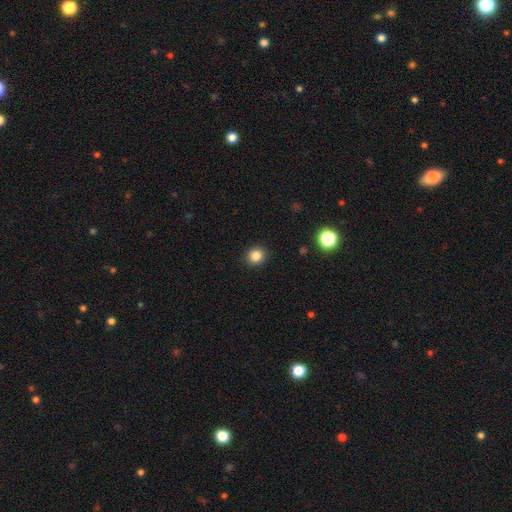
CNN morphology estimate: Smooth or featured? smooth (84%)
How rounded? round (85%)
Merging? none (92%)